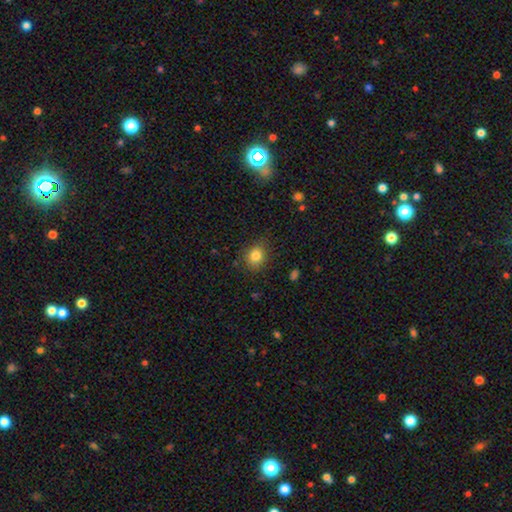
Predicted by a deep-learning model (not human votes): Morphology: type=smooth (82%); roundness=round (61%); merging=none (81%).